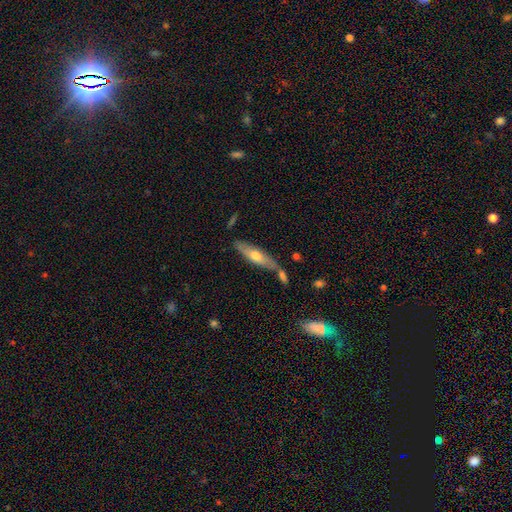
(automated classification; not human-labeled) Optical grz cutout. It shows a smooth galaxy with no disk features (50%) that is cigar-shaped (72%). Merging: none (68%).